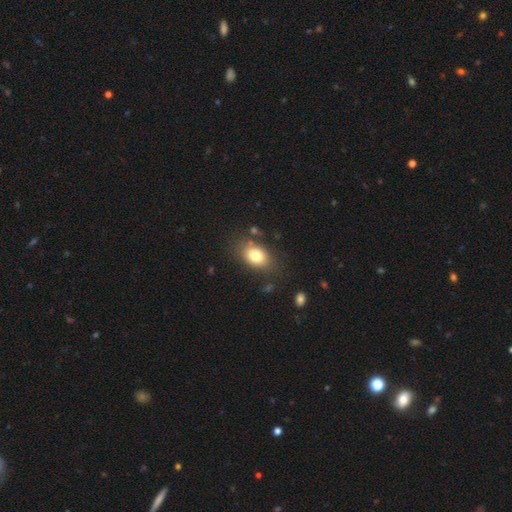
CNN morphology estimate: This is likely a smooth galaxy (79%). How rounded: likely in between (79%). Merging: likely none (76%).